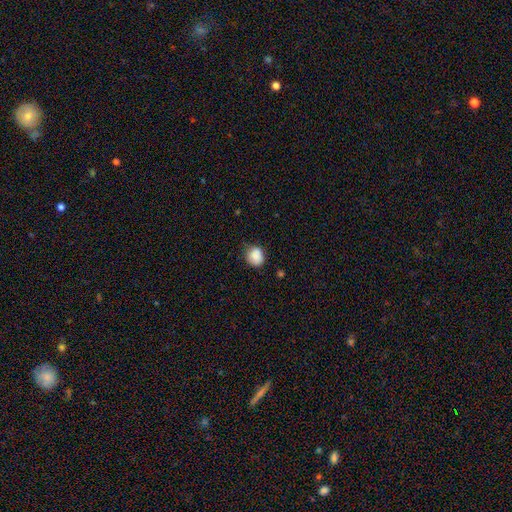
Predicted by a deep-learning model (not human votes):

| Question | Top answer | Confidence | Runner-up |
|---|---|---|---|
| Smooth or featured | smooth | 88% | star or artifact (8%) |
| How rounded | round | 69% | in between (30%) |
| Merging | none | 67% | minor disturbance (27%) |